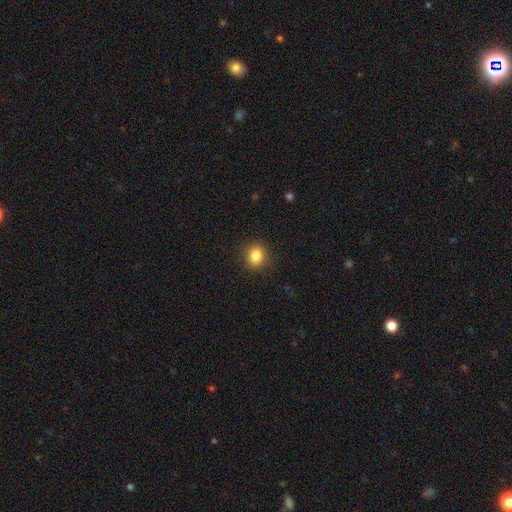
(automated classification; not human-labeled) Smooth or featured? smooth (85%)
How rounded? round (57%)
Merging? none (89%)